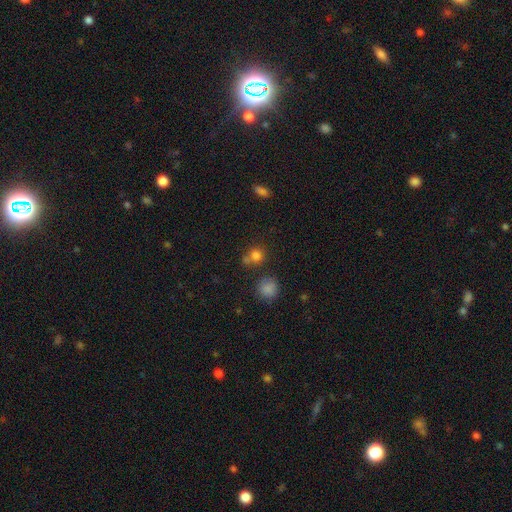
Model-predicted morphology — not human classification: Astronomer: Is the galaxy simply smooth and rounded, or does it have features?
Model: smooth — 79%.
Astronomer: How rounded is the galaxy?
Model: round — 87%.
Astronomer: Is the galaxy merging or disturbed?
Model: none — 61%.